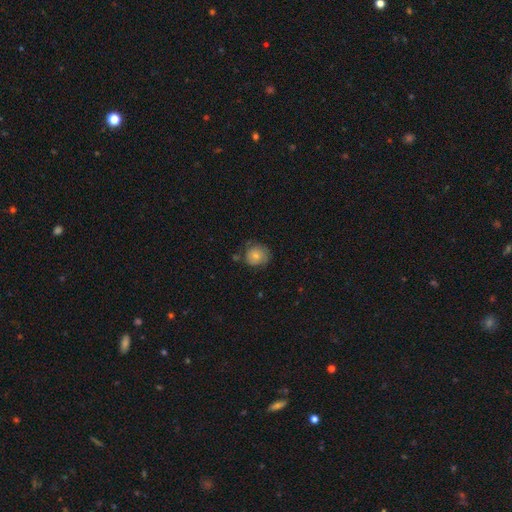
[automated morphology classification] type=smooth (62%); roundness=round (84%); merging=none (64%).